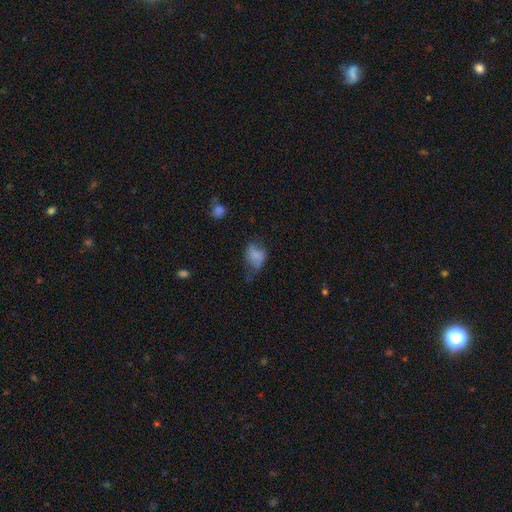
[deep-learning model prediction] smooth_or_featured: smooth (p=0.71) [alt: featured or disk p=0.17]
how_rounded: in between (p=0.74) [alt: round p=0.25]
merging: minor disturbance (p=0.35) [alt: none p=0.30]